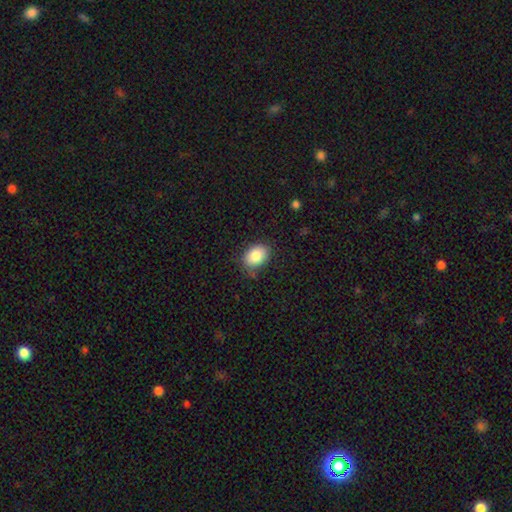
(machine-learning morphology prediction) smooth_or_featured: smooth (p=0.86) [alt: star or artifact p=0.08]
how_rounded: in between (p=0.79) [alt: round p=0.20]
merging: none (p=0.77) [alt: minor disturbance p=0.18]